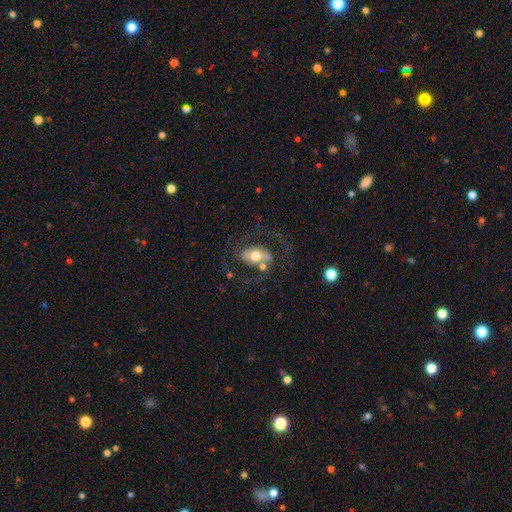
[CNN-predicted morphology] Overall: featured or disk (55%; smooth 37%). Edge-on disk: no (94%). Bar: no (57%; weak 26%). Spiral arms: yes (58%; no 42%). Bulge size: moderate (65%). Merging: none (50%; major disturbance 21%).